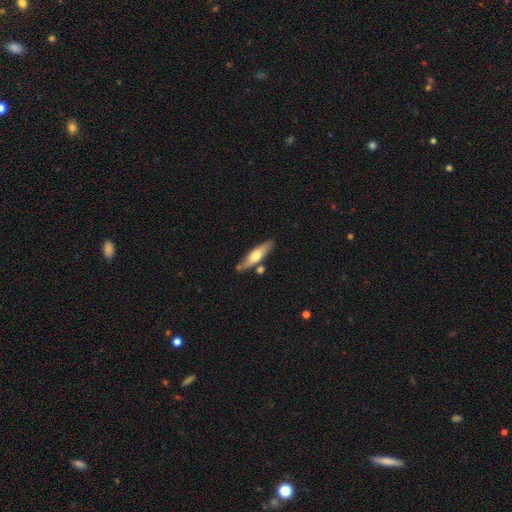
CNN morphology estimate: Smooth or featured: smooth — 51% (featured or disk — 44%)
How rounded: cigar-shaped — 70% (in between — 28%)
Merging: none — 77% (minor disturbance — 12%)